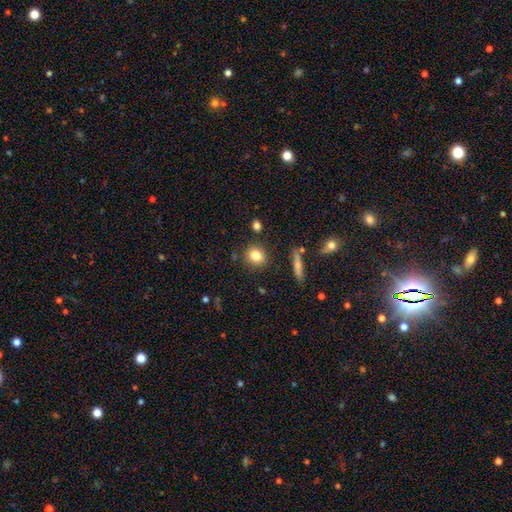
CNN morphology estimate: Smooth or featured: smooth — 82% (star or artifact — 10%)
How rounded: round — 72% (in between — 26%)
Merging: none — 85% (minor disturbance — 9%)